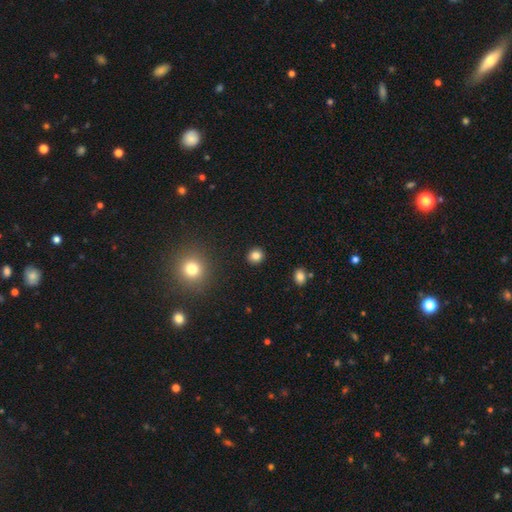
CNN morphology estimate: type=smooth (84%); roundness=round (83%); merging=none (91%).